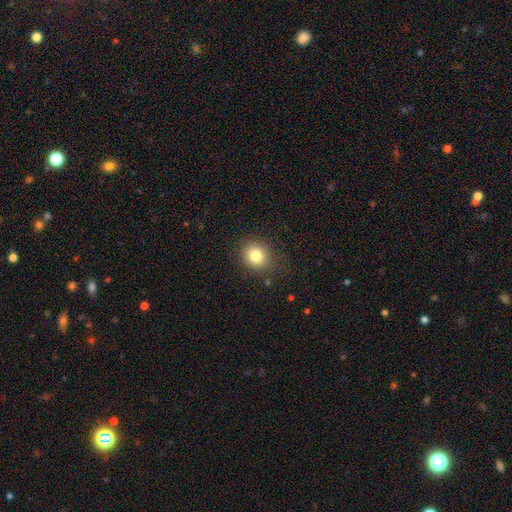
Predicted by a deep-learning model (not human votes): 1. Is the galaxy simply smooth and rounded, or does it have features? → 80% smooth, 12% star or artifact, 8% featured or disk.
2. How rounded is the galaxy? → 80% round, 19% in between, 1% cigar-shaped.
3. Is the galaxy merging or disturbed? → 84% none, 11% minor disturbance, 4% major disturbance, 1% merger.